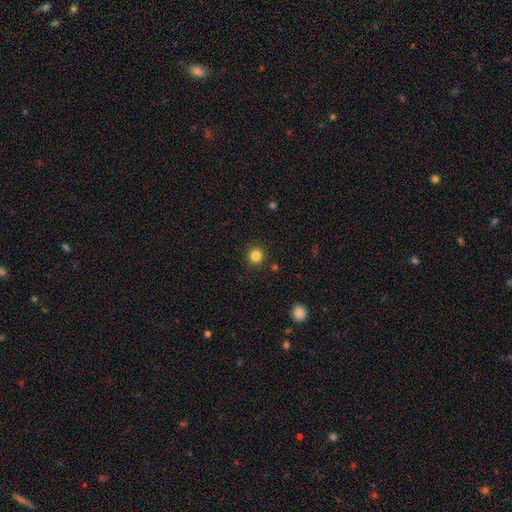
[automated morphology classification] Q: Smooth or featured?
A: smooth (84%); runner-up: star or artifact (12%)
Q: How rounded?
A: round (92%); runner-up: in between (7%)
Q: Merging?
A: none (91%); runner-up: minor disturbance (6%)